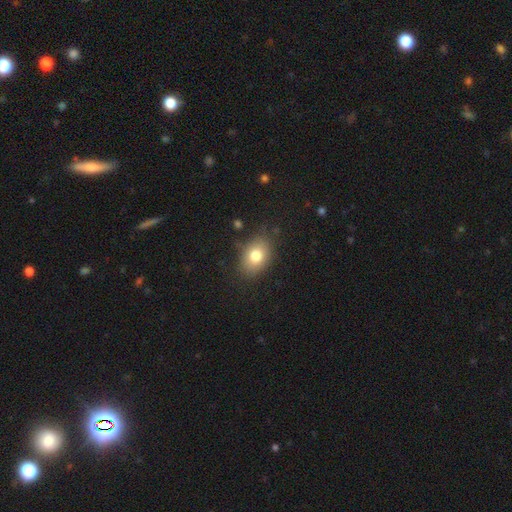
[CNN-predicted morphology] type=smooth (79%); roundness=in between (77%); merging=none (79%).